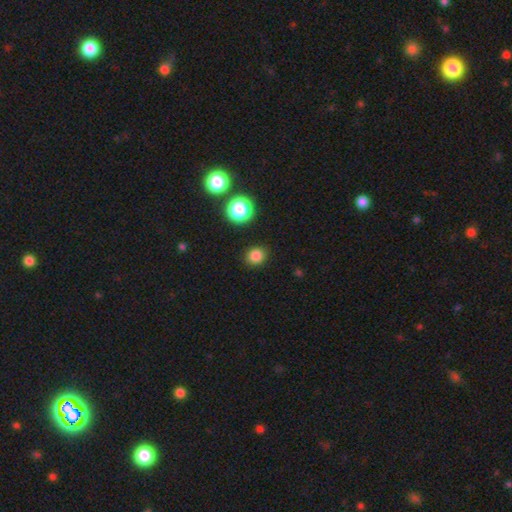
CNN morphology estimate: A smooth galaxy with no disk features (82%) that is round (83%).

Vote fractions:
- Smooth or featured? smooth: 82% / star or artifact: 14% / featured or disk: 4%
- How rounded? round: 83% / in between: 16% / cigar-shaped: 1%
- Merging? none: 89% / minor disturbance: 7% / major disturbance: 2% / merger: 2%